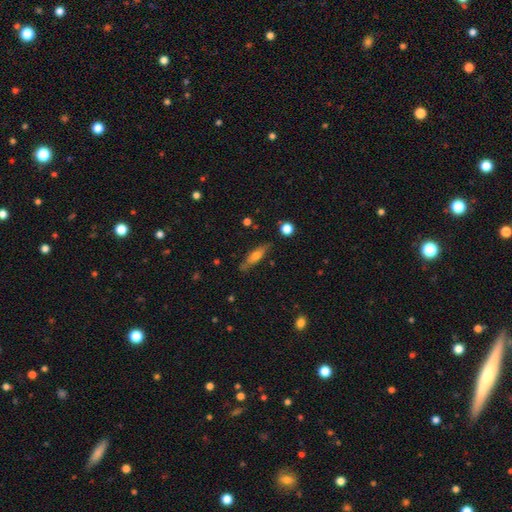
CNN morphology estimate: type=smooth (56%); roundness=cigar-shaped (66%); merging=none (78%).